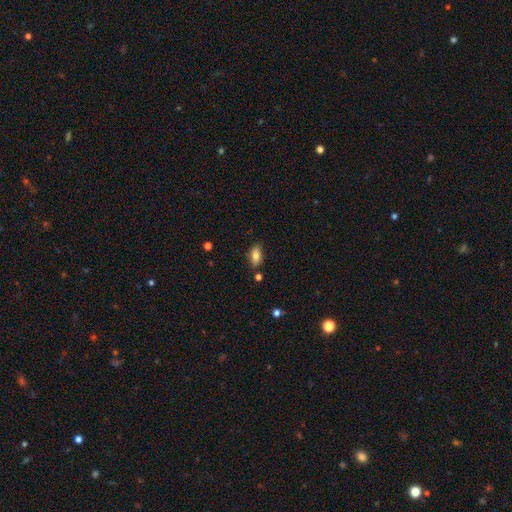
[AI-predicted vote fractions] Morphology: type=smooth (81%); roundness=in between (89%); merging=none (80%).